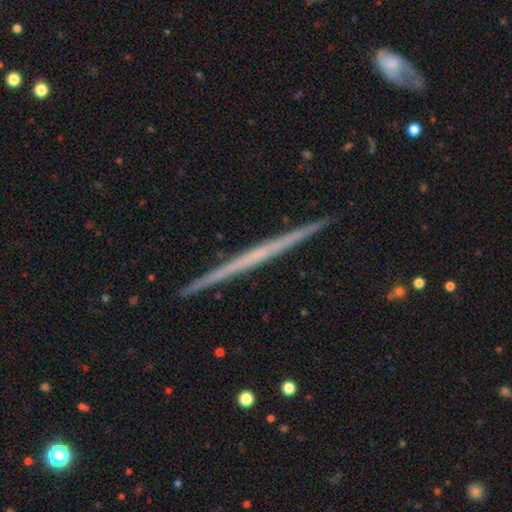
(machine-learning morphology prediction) A featured or disk galaxy (68%) viewed edge-on (98%) with no central bulge (91%). Merging: none (93%).